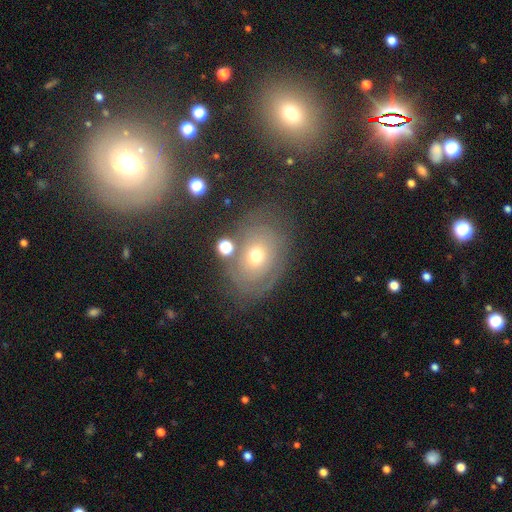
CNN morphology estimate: Smooth or featured: featured or disk — 49% (smooth — 37%)
Merging: none — 65% (minor disturbance — 18%)